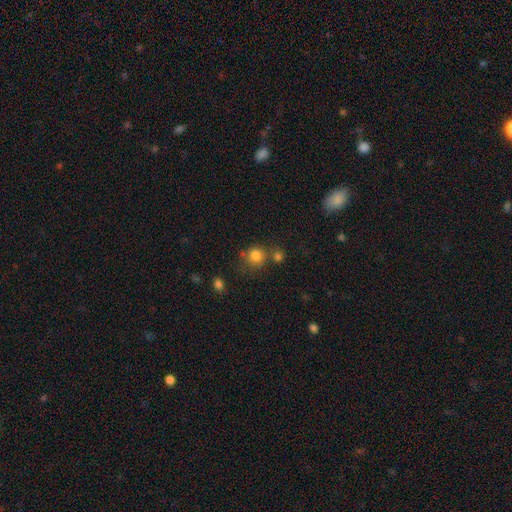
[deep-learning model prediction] Overall: smooth (81%). How rounded: round (88%). Merging: none (66%).